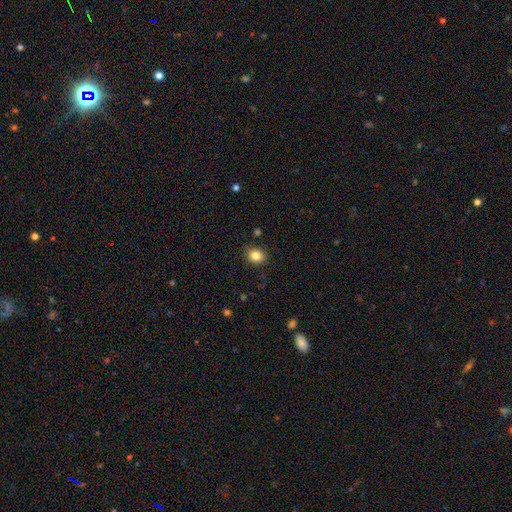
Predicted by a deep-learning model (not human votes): Smooth or featured? Predicted: smooth (p=0.84). How rounded? Predicted: round (p=0.65). Merging? Predicted: none (p=0.87).